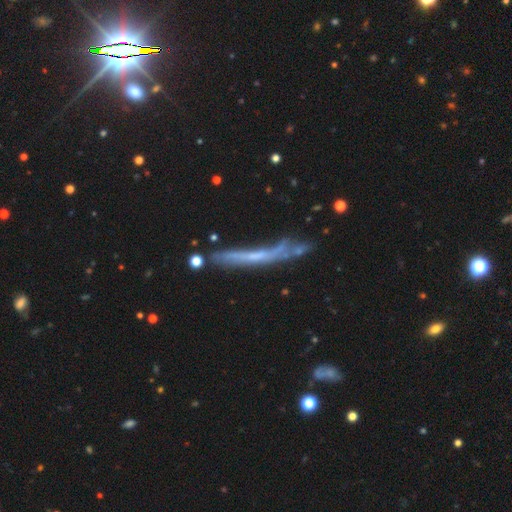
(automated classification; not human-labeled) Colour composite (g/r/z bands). It shows a featured or disk galaxy (56%) viewed edge-on (80%). Merging: none (51%).